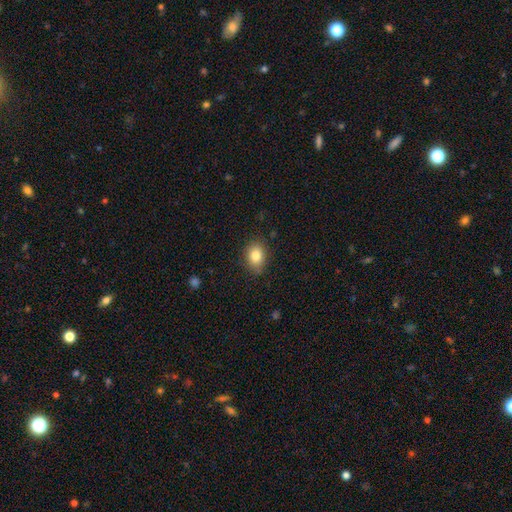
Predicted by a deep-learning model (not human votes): smooth-or-featured: smooth: 83% | star or artifact: 9% | featured or disk: 8%
  how-rounded: in between: 67% | round: 32% | cigar-shaped: 1%
  merging: none: 82% | minor disturbance: 14% | major disturbance: 3% | merger: 1%